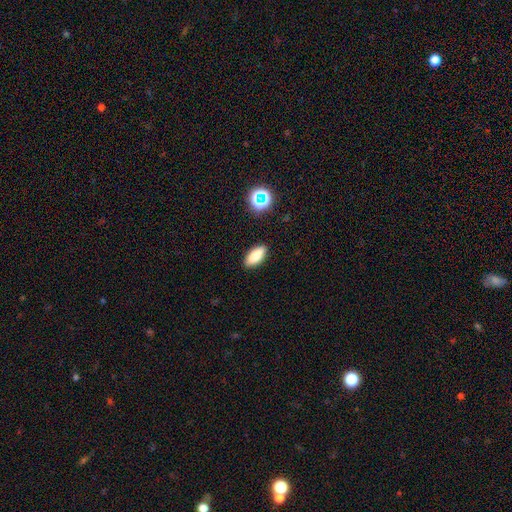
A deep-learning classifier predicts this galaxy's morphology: A smooth galaxy with no disk features (82%) that is in between round and cigar-shaped (84%). Merging: none (88%).